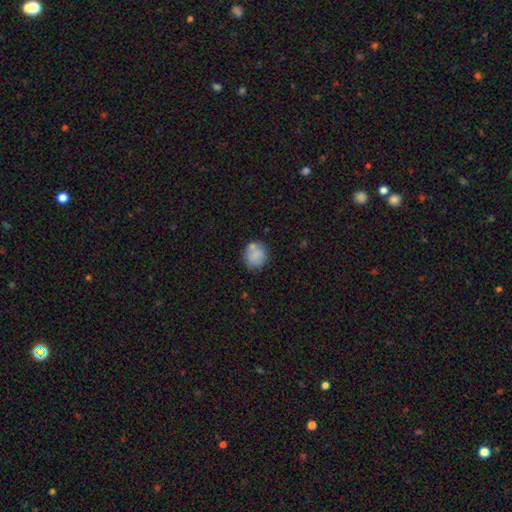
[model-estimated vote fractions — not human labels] Overall: smooth (80%). How rounded: round (85%). Merging: none (67%).